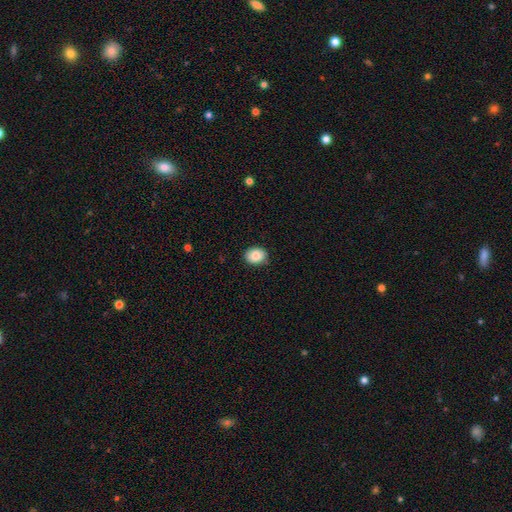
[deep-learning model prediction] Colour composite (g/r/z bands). It shows a smooth galaxy with no disk features (85%) that is in between round and cigar-shaped (53%). Merging: none (86%).